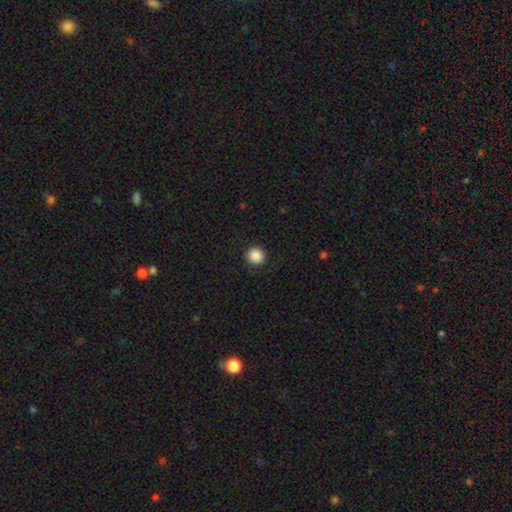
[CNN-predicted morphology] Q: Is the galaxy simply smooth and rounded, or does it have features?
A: smooth — 89%.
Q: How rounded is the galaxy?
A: round — 93%.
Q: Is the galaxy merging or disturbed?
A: none — 92%.